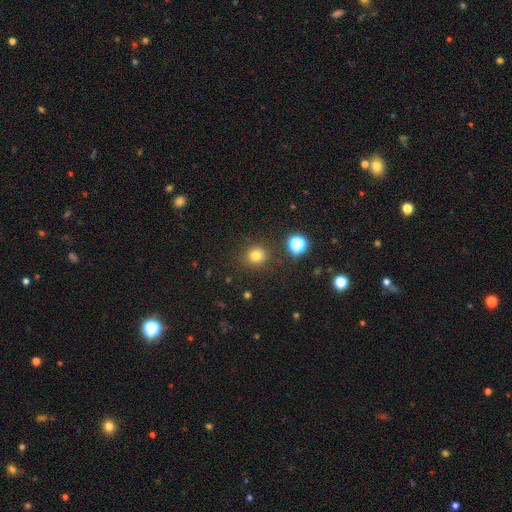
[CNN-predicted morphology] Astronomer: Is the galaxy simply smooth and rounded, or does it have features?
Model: smooth — 77%.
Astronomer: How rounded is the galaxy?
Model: round — 91%.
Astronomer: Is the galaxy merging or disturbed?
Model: none — 86%.